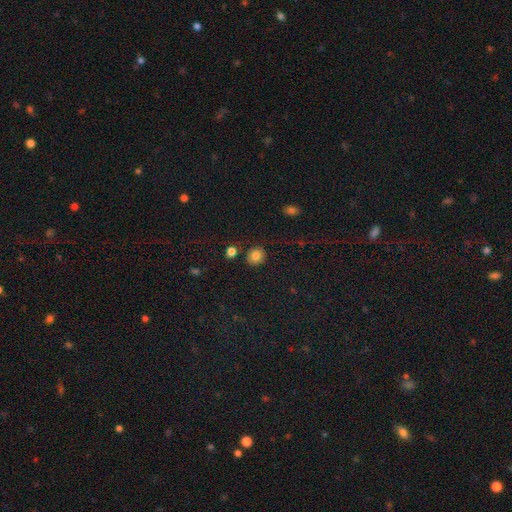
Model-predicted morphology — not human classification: A smooth galaxy with no disk features (81%) that is round (77%).

Vote fractions:
- Smooth or featured? smooth: 81% / star or artifact: 11% / featured or disk: 8%
- How rounded? round: 77% / in between: 22% / cigar-shaped: 1%
- Merging? none: 85% / minor disturbance: 9% / merger: 3% / major disturbance: 2%